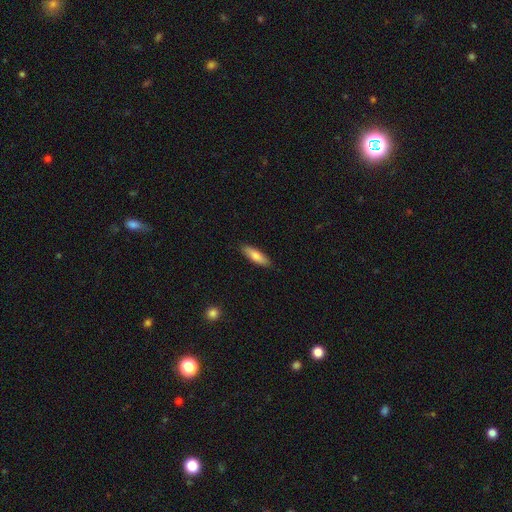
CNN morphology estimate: A smooth galaxy with no disk features (78%) that is cigar-shaped (58%). Merging: none (89%).